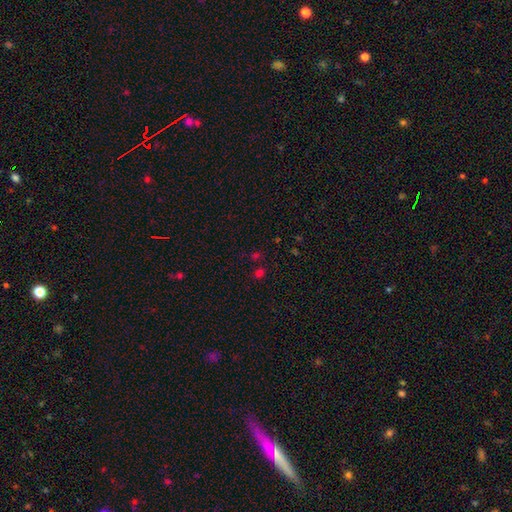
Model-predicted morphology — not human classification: Smooth or featured? Predicted: smooth (p=0.53). How rounded? Predicted: round (p=0.67). Merging? Predicted: none (p=0.71).